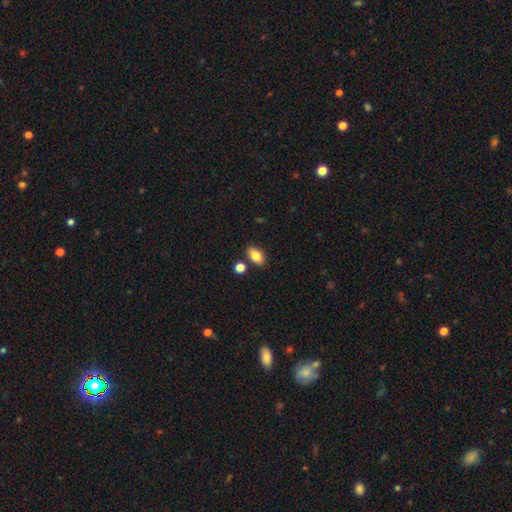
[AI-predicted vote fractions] Smooth or featured: smooth — 85% (star or artifact — 8%)
How rounded: in between — 90% (round — 6%)
Merging: none — 82% (minor disturbance — 10%)